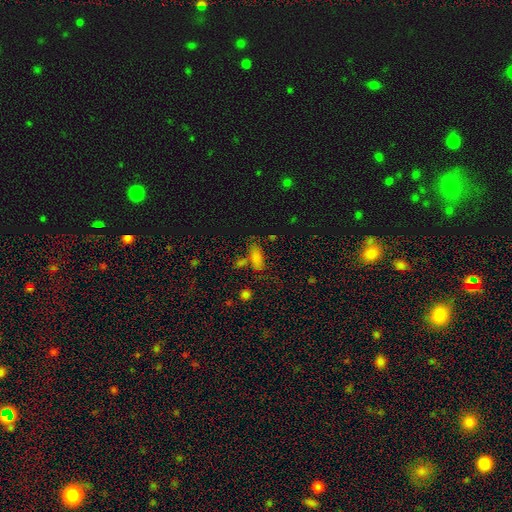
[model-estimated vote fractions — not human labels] Overall: smooth (73%). How rounded: in between (79%). Merging: none (59%).